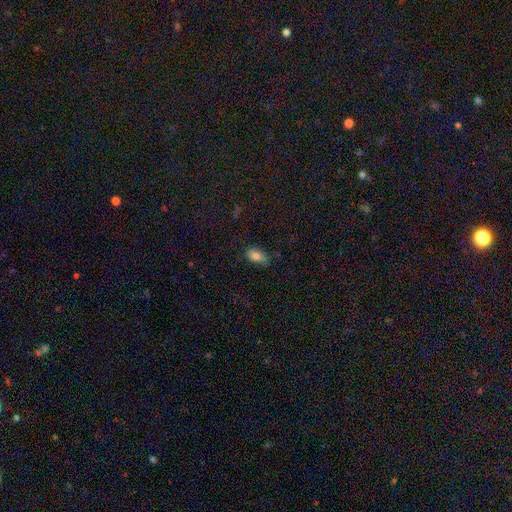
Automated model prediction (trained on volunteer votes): A smooth galaxy with no disk features (83%) that is in between round and cigar-shaped (89%).

Vote fractions:
- Smooth or featured? smooth: 83% / star or artifact: 9% / featured or disk: 8%
- How rounded? in between: 89% / round: 9% / cigar-shaped: 2%
- Merging? none: 66% / minor disturbance: 27% / major disturbance: 6% / merger: 2%